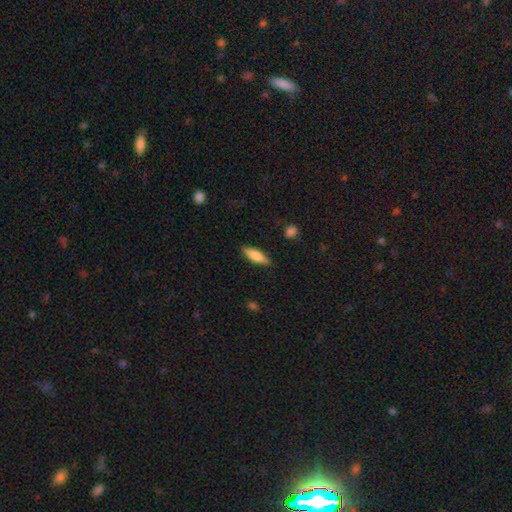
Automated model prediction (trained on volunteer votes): Morphology: type=smooth (70%); roundness=cigar-shaped (51%); merging=none (85%).